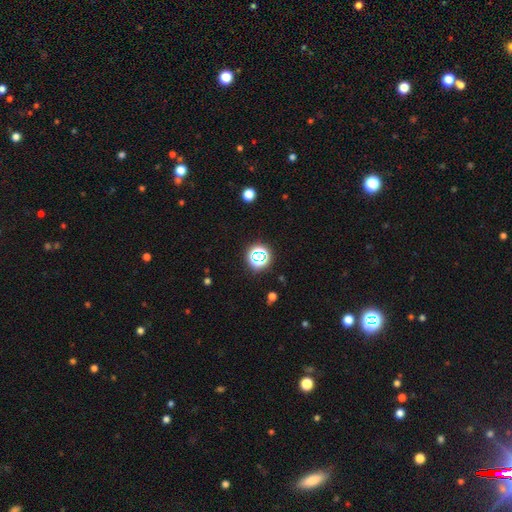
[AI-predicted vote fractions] smooth_or_featured: star or artifact (p=0.59) [alt: smooth p=0.31]